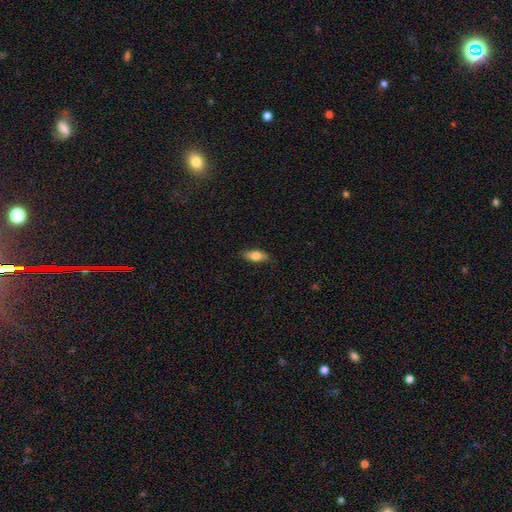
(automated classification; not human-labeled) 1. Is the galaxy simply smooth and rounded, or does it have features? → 75% smooth, 18% featured or disk, 7% star or artifact.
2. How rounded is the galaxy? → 79% in between, 18% cigar-shaped, 3% round.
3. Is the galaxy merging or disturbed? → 83% none, 14% minor disturbance, 3% major disturbance, 1% merger.